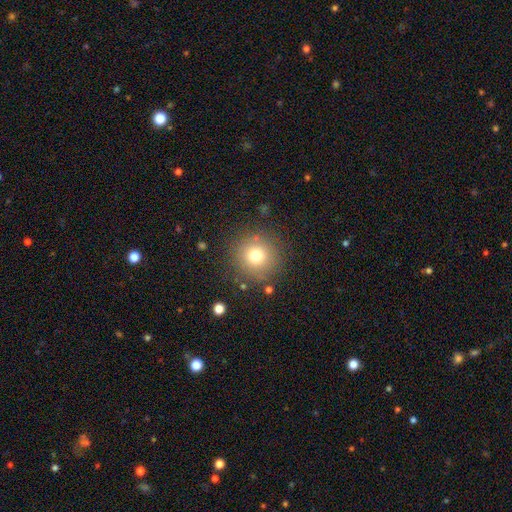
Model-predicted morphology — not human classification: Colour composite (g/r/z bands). It shows a smooth galaxy with no disk features (75%) that is round (95%). Merging: none (85%).